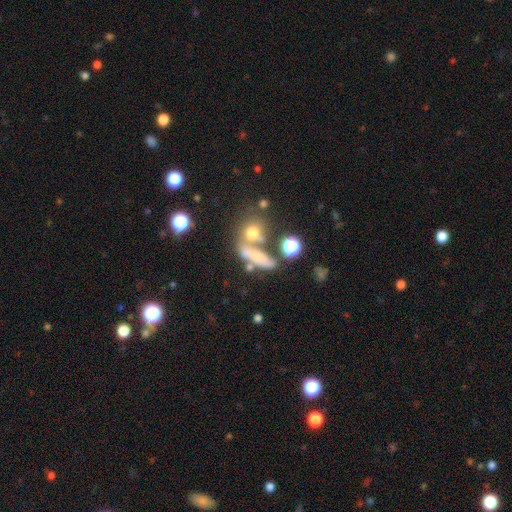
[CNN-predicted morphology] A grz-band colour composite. It shows a smooth galaxy with no disk features (56%) that is in between round and cigar-shaped (43%). Merging: none (39%).